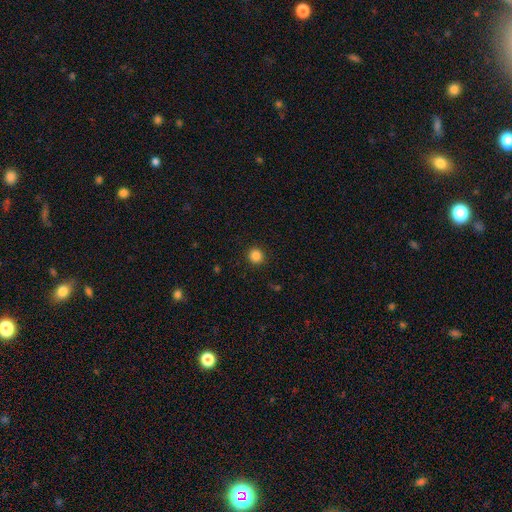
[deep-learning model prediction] Smooth or featured? smooth (86%)
How rounded? round (92%)
Merging? none (92%)